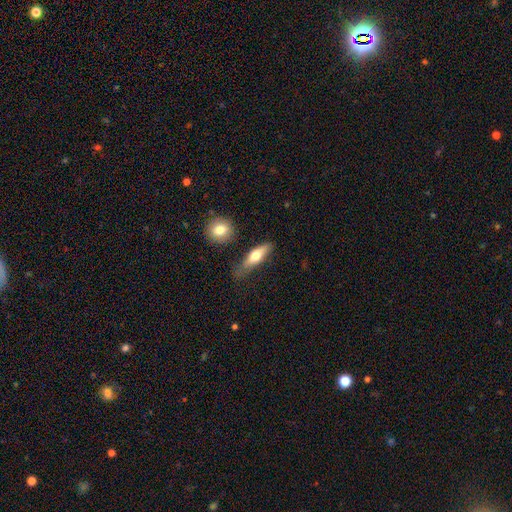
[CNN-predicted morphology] Q: Smooth or featured?
A: smooth (61%); runner-up: featured or disk (33%)
Q: How rounded?
A: cigar-shaped (53%); runner-up: in between (43%)
Q: Merging?
A: none (69%); runner-up: minor disturbance (21%)